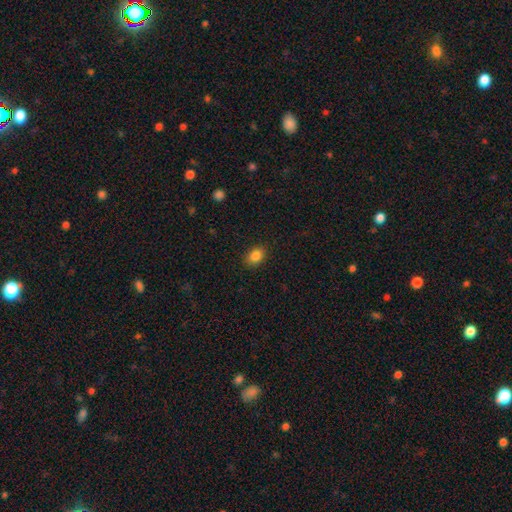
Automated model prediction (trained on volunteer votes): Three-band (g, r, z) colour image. It shows a smooth galaxy with no disk features (84%) that is in between round and cigar-shaped (74%). Merging: none (87%).